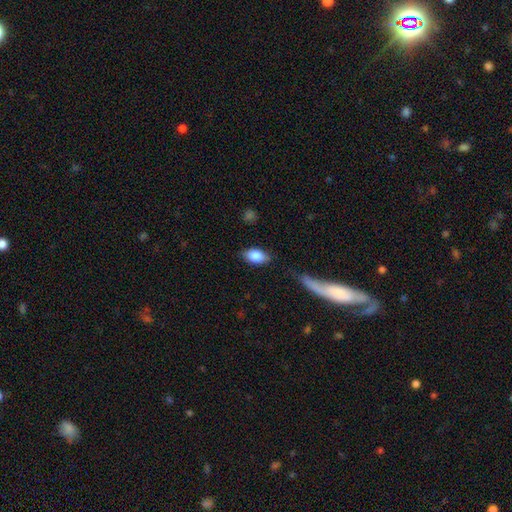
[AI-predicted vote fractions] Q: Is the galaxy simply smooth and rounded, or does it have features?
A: smooth — 82%.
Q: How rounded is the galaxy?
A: in between — 89%.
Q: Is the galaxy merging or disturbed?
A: none — 80%.